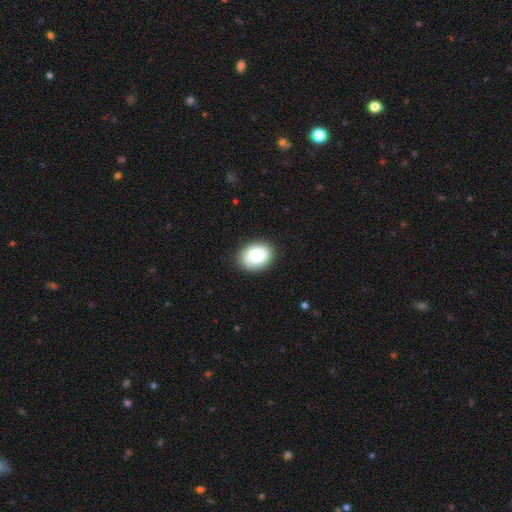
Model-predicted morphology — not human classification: A smooth galaxy with no disk features (71%) that is in between round and cigar-shaped (61%). Merging: none (84%).